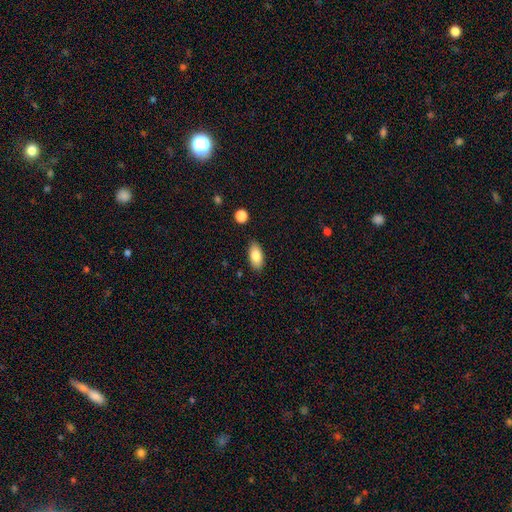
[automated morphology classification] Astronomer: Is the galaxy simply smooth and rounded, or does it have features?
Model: smooth — 83%.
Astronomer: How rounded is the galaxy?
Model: in between — 91%.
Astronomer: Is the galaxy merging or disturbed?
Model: none — 85%.